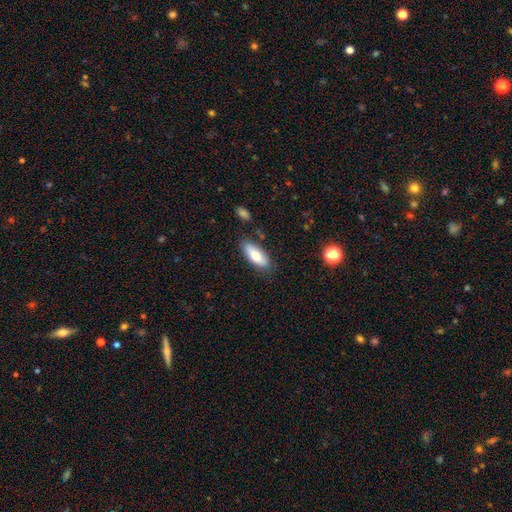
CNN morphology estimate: smooth_or_featured: smooth (p=0.80) [alt: featured or disk p=0.14]
how_rounded: in between (p=0.74) [alt: cigar-shaped p=0.24]
merging: none (p=0.79) [alt: minor disturbance p=0.14]